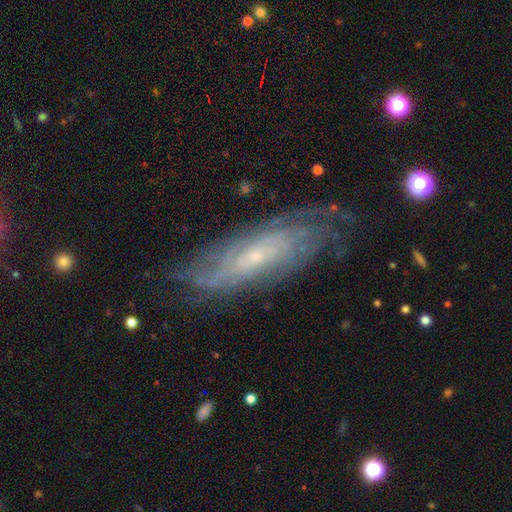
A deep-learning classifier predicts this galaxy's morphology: This appears to be a featured or disk galaxy (79%) with no bar (68%), tight (68%) spiral arms (93%) and a small central bulge (80%). Merging: none (76%).